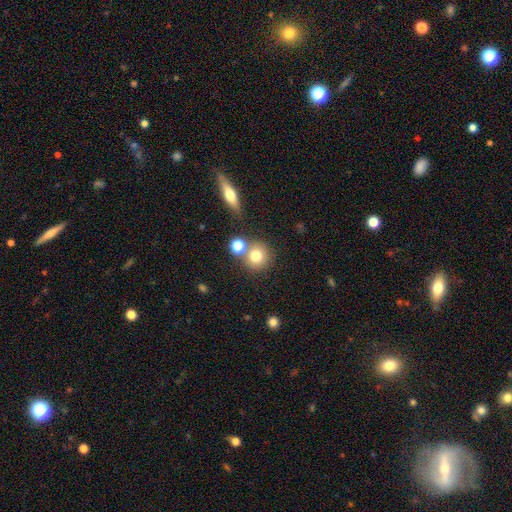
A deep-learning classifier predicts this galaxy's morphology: This is likely a smooth galaxy (76%). How rounded: clearly round (89%). Merging: likely none (68%).